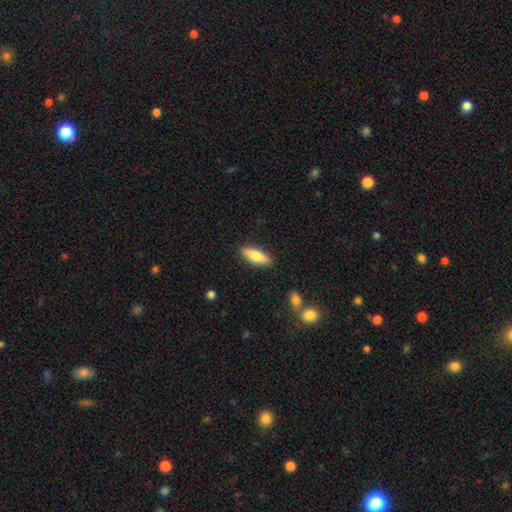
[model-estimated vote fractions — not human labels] Q: Smooth or featured?
A: smooth (75%); runner-up: featured or disk (19%)
Q: How rounded?
A: in between (54%); runner-up: cigar-shaped (44%)
Q: Merging?
A: none (88%); runner-up: minor disturbance (9%)